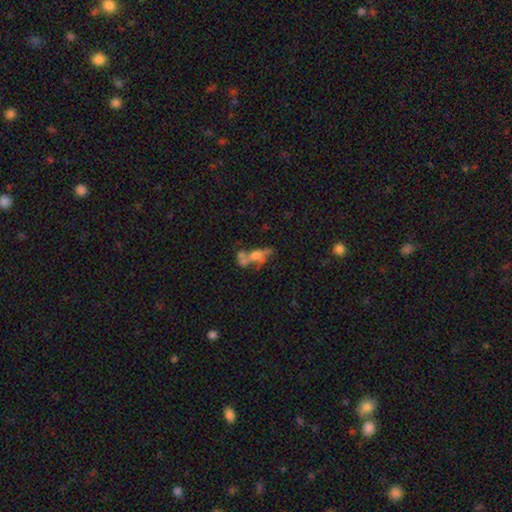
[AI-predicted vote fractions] Smooth or featured? Predicted: featured or disk (p=0.47). Merging? Predicted: merger (p=0.45).